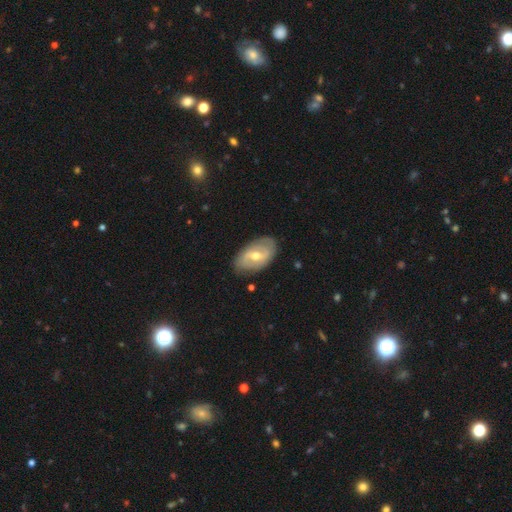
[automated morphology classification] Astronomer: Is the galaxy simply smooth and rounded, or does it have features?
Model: featured or disk — 64%.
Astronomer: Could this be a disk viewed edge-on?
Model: no — 93%.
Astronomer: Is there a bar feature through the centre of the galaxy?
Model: weak — 50% (runner-up: no, 28%).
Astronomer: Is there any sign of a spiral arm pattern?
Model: yes — 59% (runner-up: no, 41%).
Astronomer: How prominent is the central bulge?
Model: moderate — 74%.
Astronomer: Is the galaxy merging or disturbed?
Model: none — 81%.